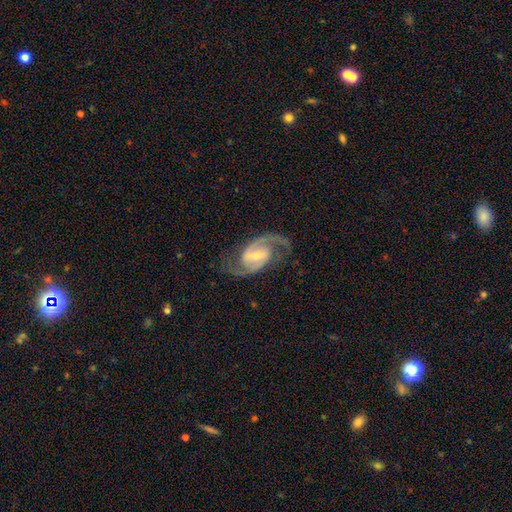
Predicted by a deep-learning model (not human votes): This is clearly a featured or disk galaxy (92%). It is clearly not viewed edge-on (97%). Bar: possibly weak (51%). Spiral arm pattern: clearly yes (98%). Spiral arm count: clearly 2 (93%). Spiral winding: possibly medium (59%). Central bulge: possibly small (52%). Merging: likely none (78%).